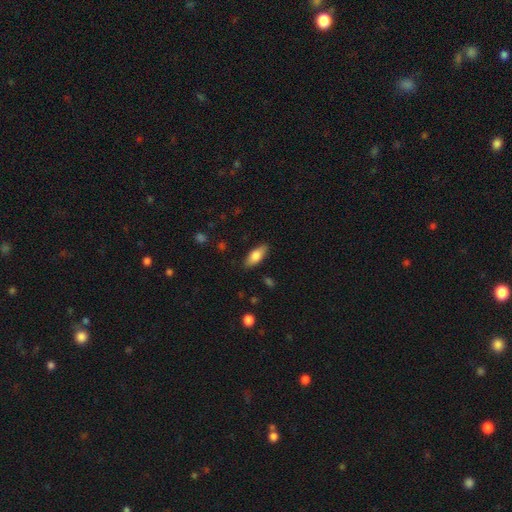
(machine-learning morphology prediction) Smooth or featured: smooth — 77% (featured or disk — 16%)
How rounded: in between — 79% (cigar-shaped — 18%)
Merging: none — 86% (minor disturbance — 11%)